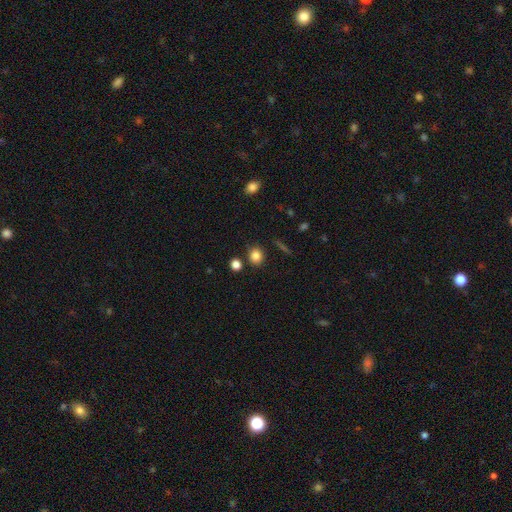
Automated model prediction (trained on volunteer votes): This appears to be a smooth galaxy with no disk features (84%) that is round (75%). Merging: none (83%).